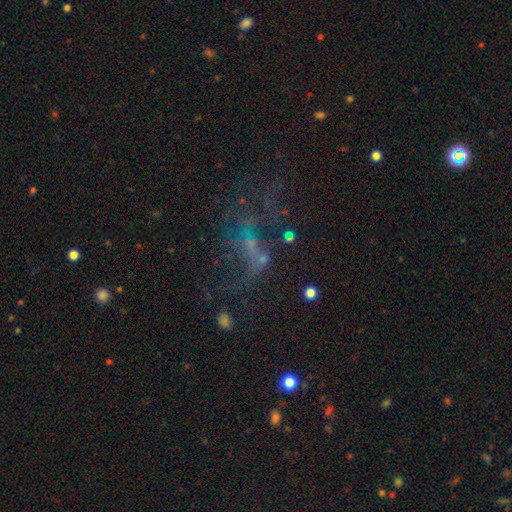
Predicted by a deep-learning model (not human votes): featured or disk 50%, star or artifact 30%, smooth 20%. Down the decision tree: edge-on disk — no (96%); merging — major disturbance (38%).